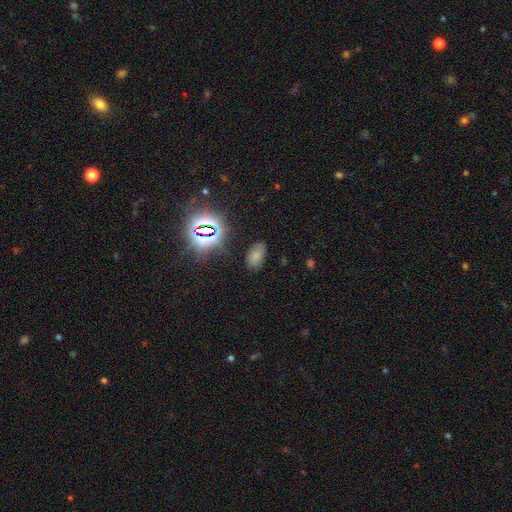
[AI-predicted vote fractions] A smooth galaxy with no disk features (64%) that is in between round and cigar-shaped (92%).

Vote fractions:
- Smooth or featured? smooth: 64% / star or artifact: 26% / featured or disk: 10%
- How rounded? in between: 92% / round: 6% / cigar-shaped: 2%
- Merging? none: 79% / minor disturbance: 15% / major disturbance: 4% / merger: 2%